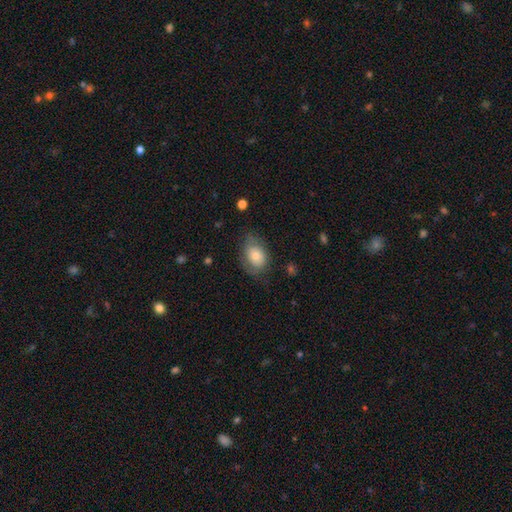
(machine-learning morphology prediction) This appears to be a smooth galaxy with no disk features (71%) that is in between round and cigar-shaped (78%). Merging: none (61%).